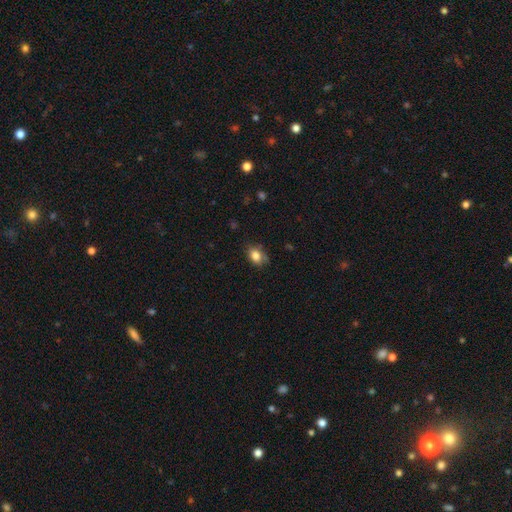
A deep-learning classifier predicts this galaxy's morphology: This appears to be a smooth galaxy with no disk features (82%) that is in between round and cigar-shaped (71%). Merging: none (70%).